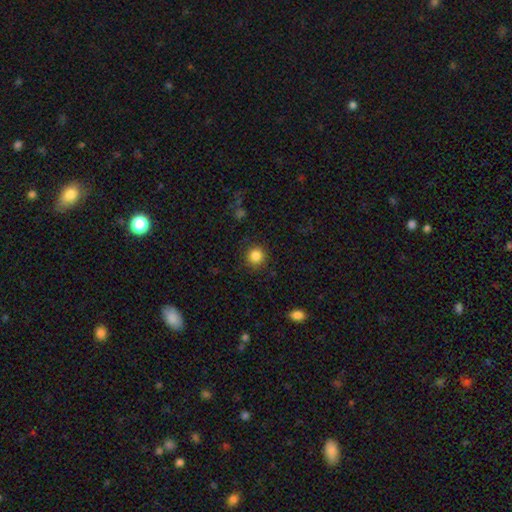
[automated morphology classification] This is clearly a smooth galaxy (86%). How rounded: clearly round (94%). Merging: clearly none (89%).